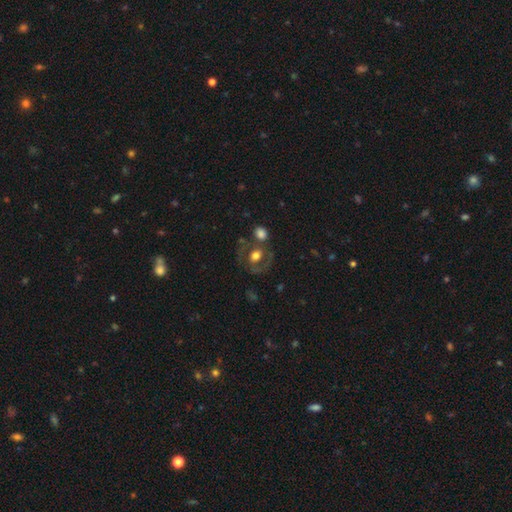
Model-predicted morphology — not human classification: Smooth or featured?
  - smooth: 48% *
  - featured or disk: 42%
  - star or artifact: 10%
Merging?
  - none: 60% *
  - merger: 16%
  - minor disturbance: 14%
  - major disturbance: 9%